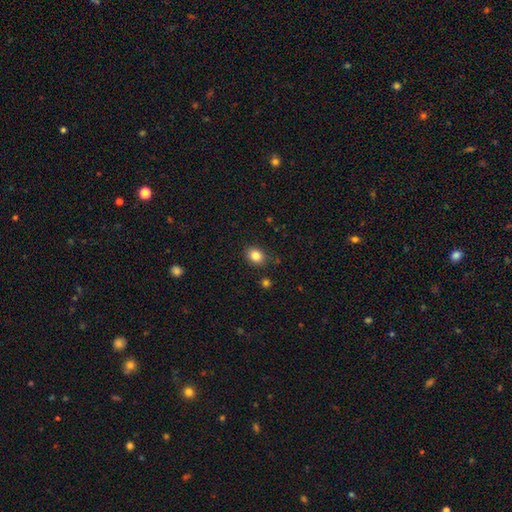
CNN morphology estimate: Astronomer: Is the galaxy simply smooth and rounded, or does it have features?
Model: smooth — 84%.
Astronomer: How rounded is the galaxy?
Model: in between — 57% (runner-up: round, 42%).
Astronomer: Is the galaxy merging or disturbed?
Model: none — 85%.